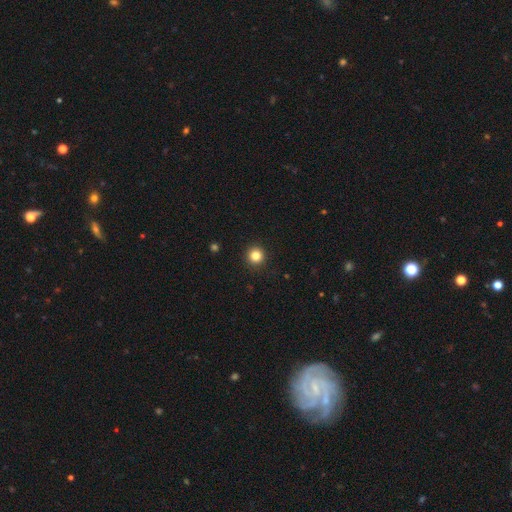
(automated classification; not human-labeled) A smooth galaxy with no disk features (83%) that is round (95%).

Vote fractions:
- Smooth or featured? smooth: 83% / star or artifact: 12% / featured or disk: 5%
- How rounded? round: 95% / in between: 4% / cigar-shaped: 1%
- Merging? none: 93% / minor disturbance: 5% / major disturbance: 2% / merger: 1%